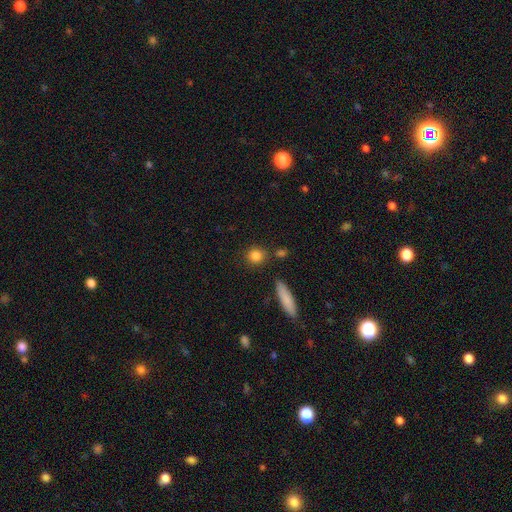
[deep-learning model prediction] Q: Smooth or featured?
A: smooth (84%); runner-up: star or artifact (9%)
Q: How rounded?
A: round (80%); runner-up: in between (15%)
Q: Merging?
A: none (81%); runner-up: minor disturbance (10%)